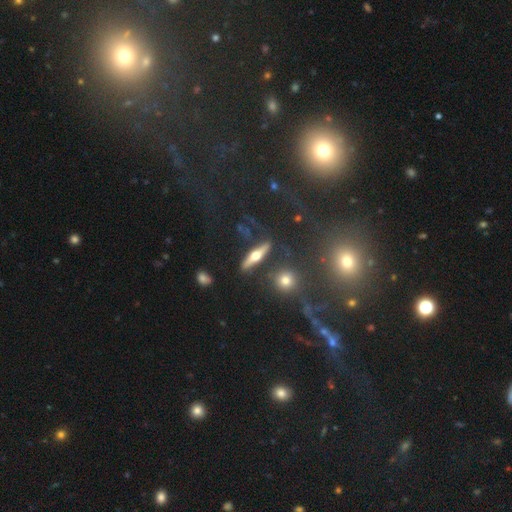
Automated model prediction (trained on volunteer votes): Smooth or featured? Predicted: featured or disk (p=0.62). Edge-on disk? Predicted: yes (p=0.91). Edge-on bulge? Predicted: rounded (p=0.95). Merging? Predicted: none (p=0.79).